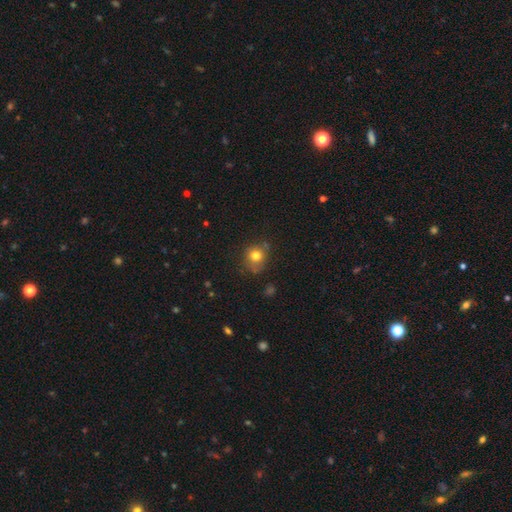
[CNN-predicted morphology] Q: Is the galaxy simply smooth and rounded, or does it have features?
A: smooth — 77%.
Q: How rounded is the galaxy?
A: round — 77%.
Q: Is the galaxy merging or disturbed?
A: none — 64%.